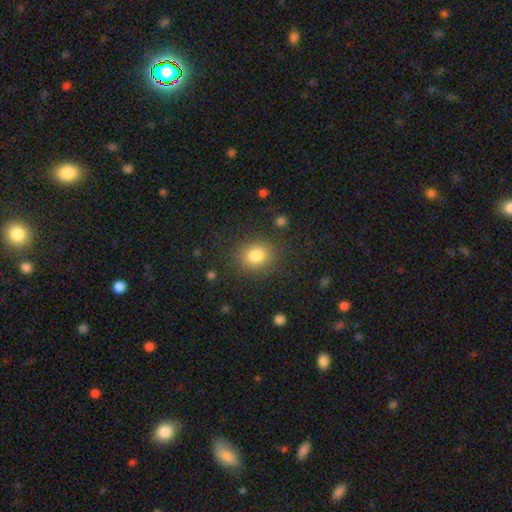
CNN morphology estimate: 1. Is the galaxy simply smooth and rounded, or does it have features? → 82% smooth, 11% star or artifact, 7% featured or disk.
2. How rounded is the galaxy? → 71% round, 28% in between, 1% cigar-shaped.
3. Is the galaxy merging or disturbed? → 84% none, 10% minor disturbance, 4% major disturbance, 2% merger.